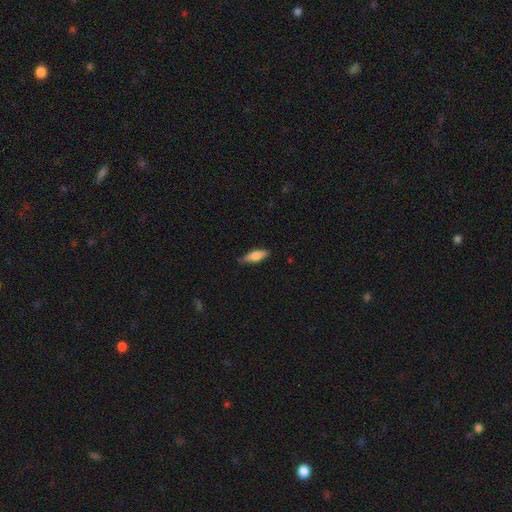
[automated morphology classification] smooth-or-featured: smooth: 70% | featured or disk: 23% | star or artifact: 6%
  how-rounded: in between: 58% | cigar-shaped: 40% | round: 2%
  merging: none: 79% | minor disturbance: 17% | major disturbance: 3% | merger: 1%